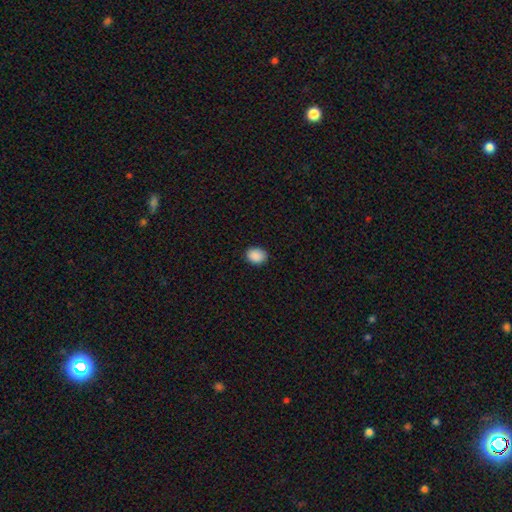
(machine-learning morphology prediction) Overall: smooth (90%). How rounded: in between (58%; round 41%). Merging: none (89%).